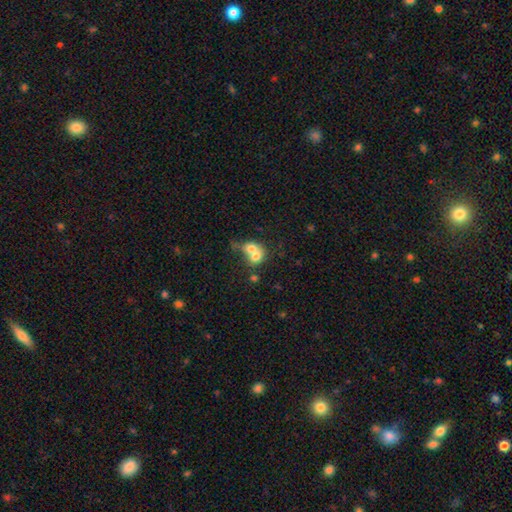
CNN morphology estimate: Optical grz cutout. It shows a smooth galaxy with no disk features (66%) that is round (58%). Merging: merger (75%).